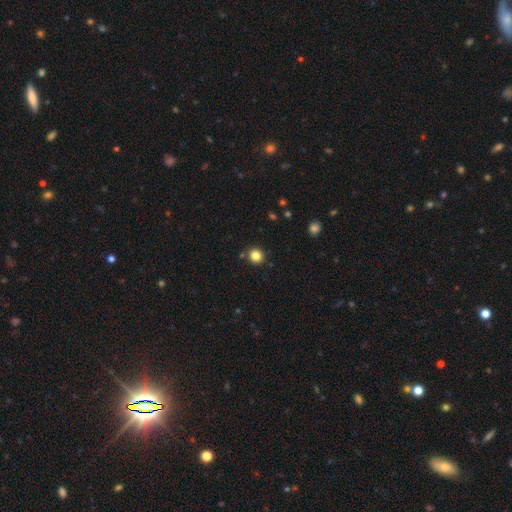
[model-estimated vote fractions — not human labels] Q: Smooth or featured?
A: smooth (84%); runner-up: star or artifact (12%)
Q: How rounded?
A: round (91%); runner-up: in between (8%)
Q: Merging?
A: none (88%); runner-up: minor disturbance (7%)